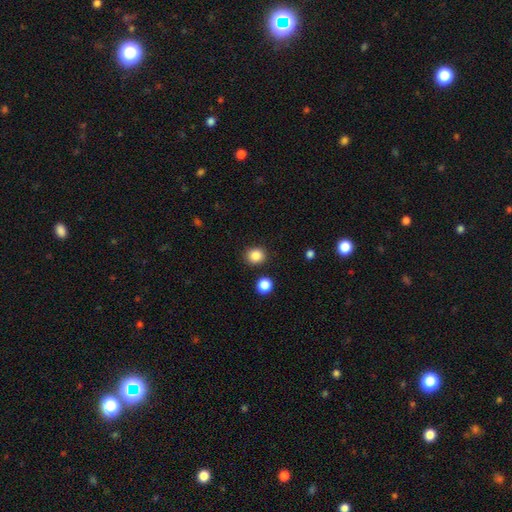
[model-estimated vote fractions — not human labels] smooth 86%, star or artifact 10%, featured or disk 4%. Down the decision tree: how rounded — round (82%); merging — none (87%).